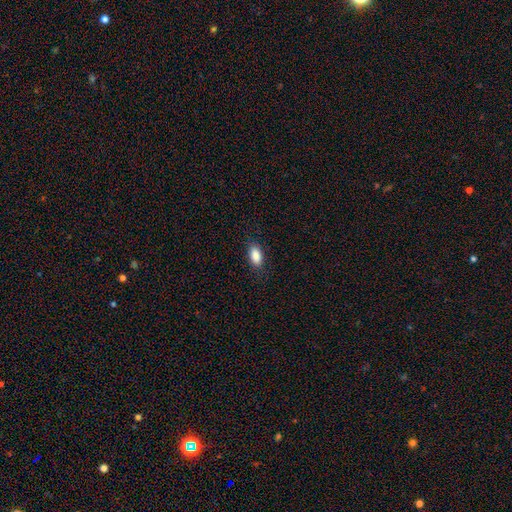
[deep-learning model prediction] A smooth galaxy with no disk features (88%) that is in between round and cigar-shaped (89%). Merging: none (85%).